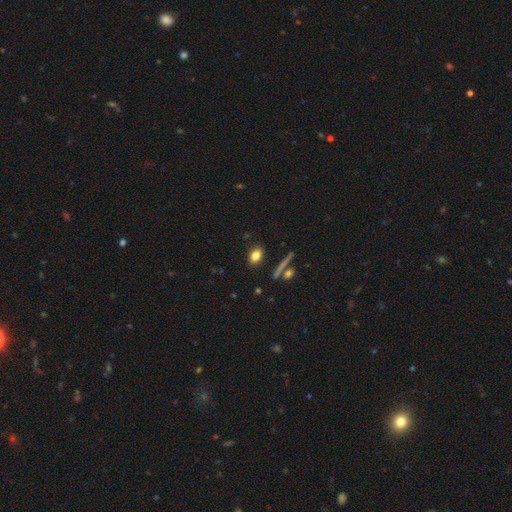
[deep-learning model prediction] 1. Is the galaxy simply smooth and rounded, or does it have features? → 81% smooth, 10% star or artifact, 10% featured or disk.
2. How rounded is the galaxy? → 73% in between, 22% round, 5% cigar-shaped.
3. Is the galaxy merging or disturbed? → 85% none, 9% minor disturbance, 4% merger, 3% major disturbance.